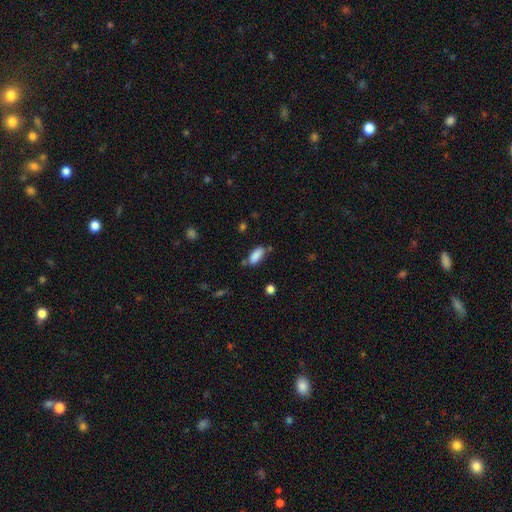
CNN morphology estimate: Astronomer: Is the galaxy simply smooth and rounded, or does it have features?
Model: smooth — 86%.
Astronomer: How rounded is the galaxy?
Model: in between — 81%.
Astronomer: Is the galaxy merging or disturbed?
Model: none — 69%.